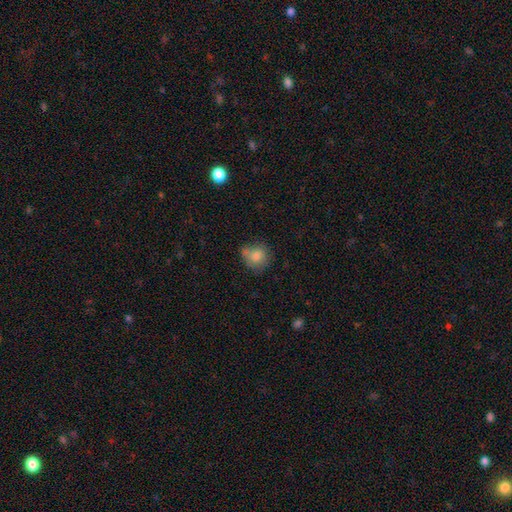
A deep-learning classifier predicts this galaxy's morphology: Smooth or featured? smooth (77%)
How rounded? round (76%)
Merging? none (53%)